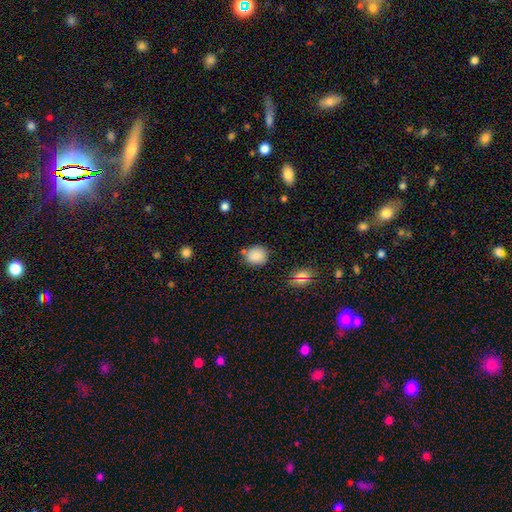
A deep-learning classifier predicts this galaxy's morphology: type=smooth (82%); roundness=round (76%); merging=none (76%).